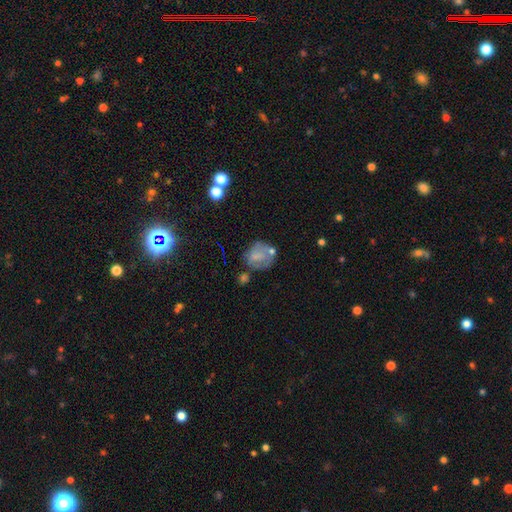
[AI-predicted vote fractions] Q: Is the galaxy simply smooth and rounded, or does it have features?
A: smooth — 47%.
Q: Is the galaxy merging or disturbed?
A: none — 51%.